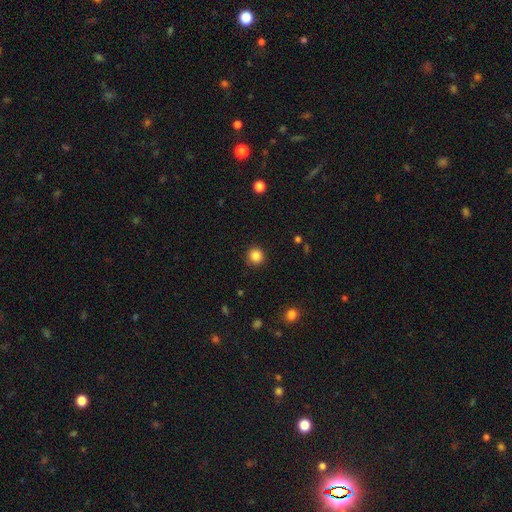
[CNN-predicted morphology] This appears to be a smooth galaxy with no disk features (85%) that is round (94%). Merging: none (91%).